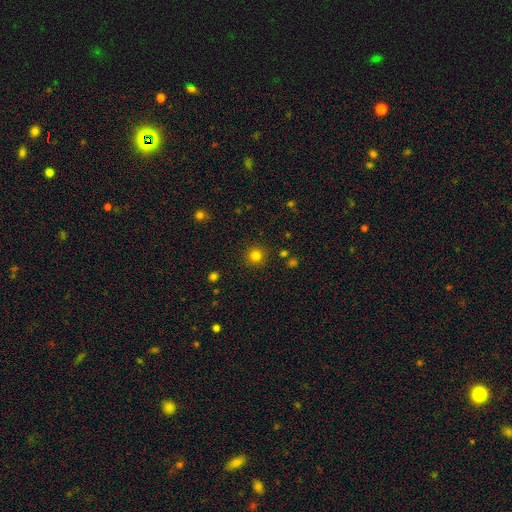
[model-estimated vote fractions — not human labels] A smooth galaxy with no disk features (81%) that is round (95%). Merging: none (90%).